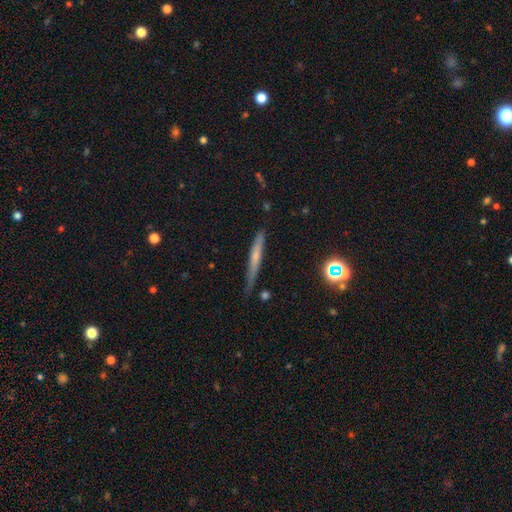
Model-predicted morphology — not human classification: smooth 47%, featured or disk 42%, star or artifact 11%. Down the decision tree: merging — none (75%).